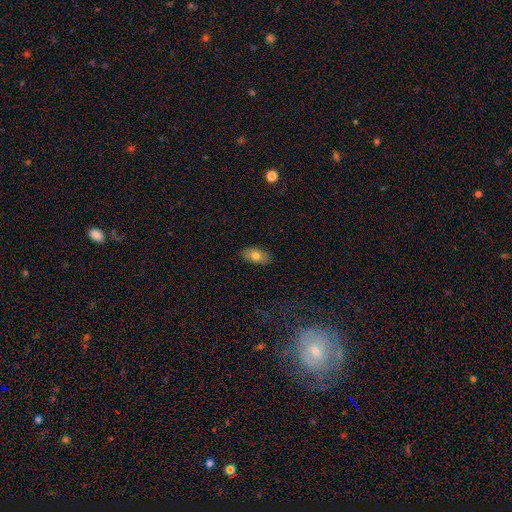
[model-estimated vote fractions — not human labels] Morphology: type=smooth (75%); roundness=in between (92%); merging=none (87%).